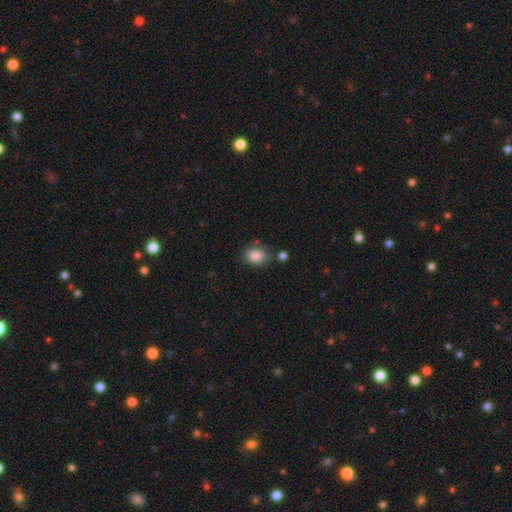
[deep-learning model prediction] smooth 87%, star or artifact 9%, featured or disk 4%. Down the decision tree: how rounded — in between (59%); merging — none (75%).